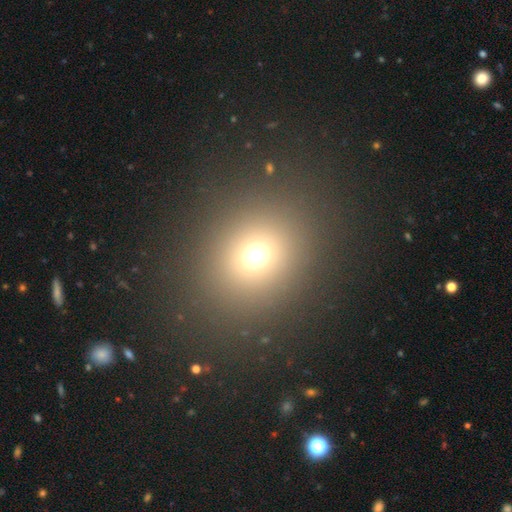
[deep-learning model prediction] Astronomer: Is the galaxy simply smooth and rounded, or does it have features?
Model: smooth — 68%.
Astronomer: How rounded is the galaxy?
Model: round — 77%.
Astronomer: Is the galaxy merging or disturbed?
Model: none — 89%.